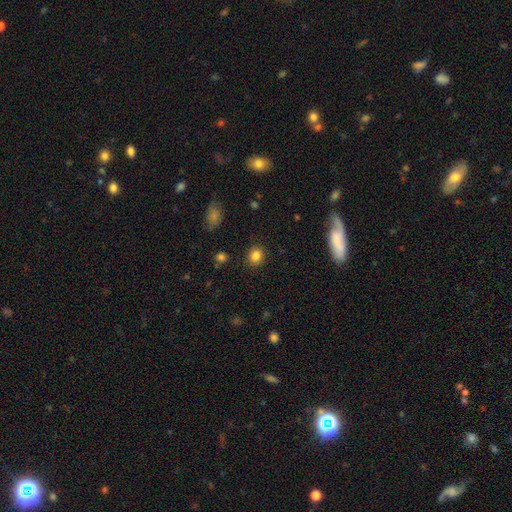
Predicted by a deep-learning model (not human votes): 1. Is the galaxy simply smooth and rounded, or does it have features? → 83% smooth, 11% star or artifact, 6% featured or disk.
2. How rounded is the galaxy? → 77% round, 22% in between, 1% cigar-shaped.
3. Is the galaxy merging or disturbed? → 89% none, 7% minor disturbance, 2% major disturbance, 1% merger.